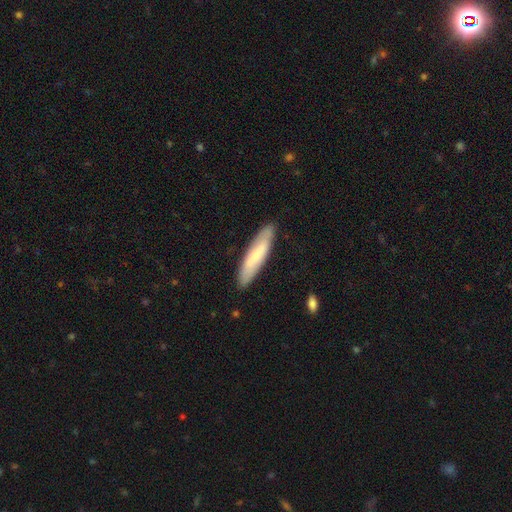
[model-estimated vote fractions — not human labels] Smooth or featured? Predicted: smooth (p=0.65). How rounded? Predicted: cigar-shaped (p=0.79). Merging? Predicted: none (p=0.86).